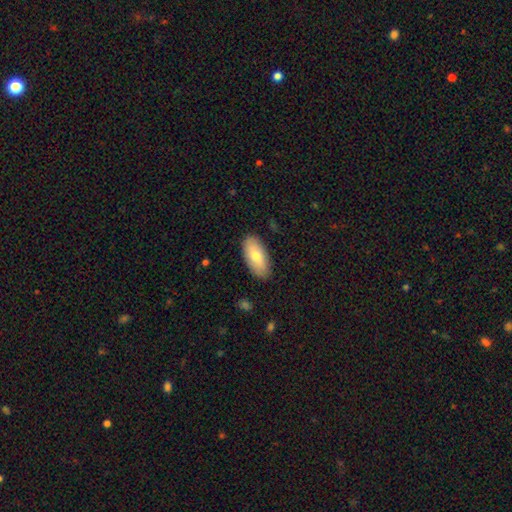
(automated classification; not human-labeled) Smooth or featured? smooth (74%)
How rounded? in between (92%)
Merging? none (87%)